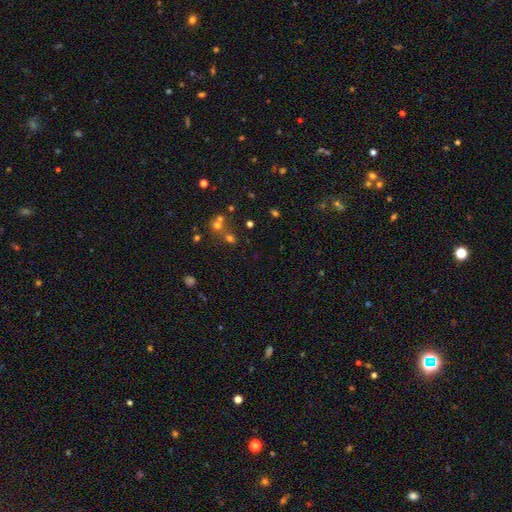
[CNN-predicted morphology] Overall: smooth (46%; star or artifact 43%). Merging: none (59%; merger 24%).